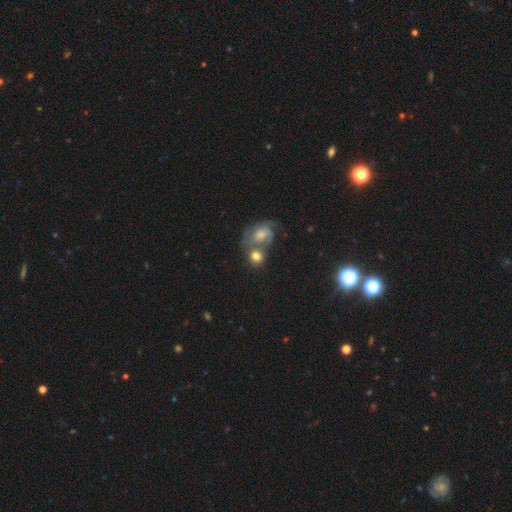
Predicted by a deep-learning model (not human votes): This appears to be a smooth galaxy with no disk features (59%) that is round (71%). Merging: merger (45%).